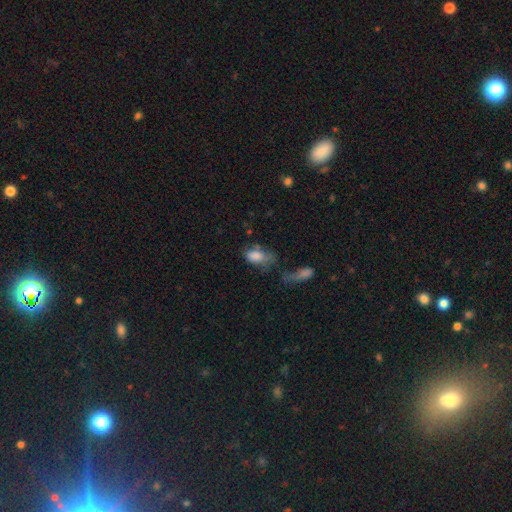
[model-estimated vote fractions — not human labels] smooth 76%, featured or disk 15%, star or artifact 10%. Down the decision tree: how rounded — in between (89%); merging — major disturbance (34%).